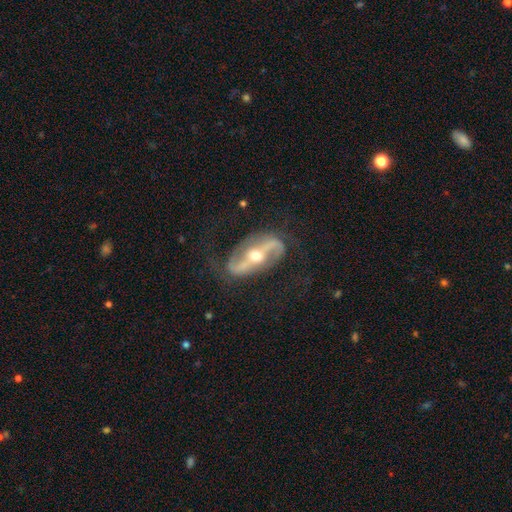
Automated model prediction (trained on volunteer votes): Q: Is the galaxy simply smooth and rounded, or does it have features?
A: featured or disk — 88%.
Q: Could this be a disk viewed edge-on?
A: no — 92%.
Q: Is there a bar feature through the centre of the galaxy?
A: strong — 57%.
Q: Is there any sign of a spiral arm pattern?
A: yes — 92%.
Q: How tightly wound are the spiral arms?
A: loose — 44%.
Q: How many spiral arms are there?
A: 2 — 92%.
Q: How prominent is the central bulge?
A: moderate — 72%.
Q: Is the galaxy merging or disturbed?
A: none — 76%.